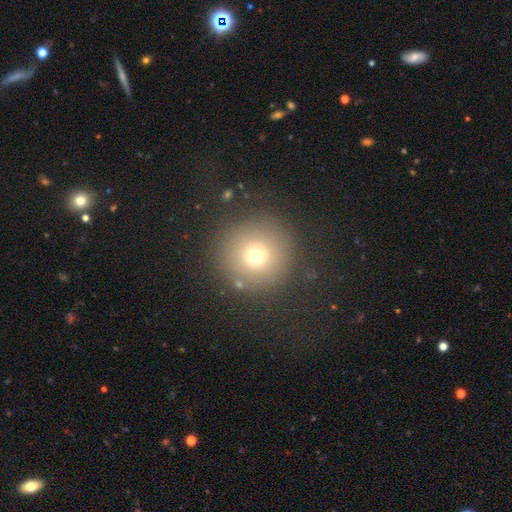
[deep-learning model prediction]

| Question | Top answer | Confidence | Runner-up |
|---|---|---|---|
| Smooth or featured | smooth | 70% | star or artifact (18%) |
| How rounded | round | 95% | in between (4%) |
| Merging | none | 84% | minor disturbance (8%) |